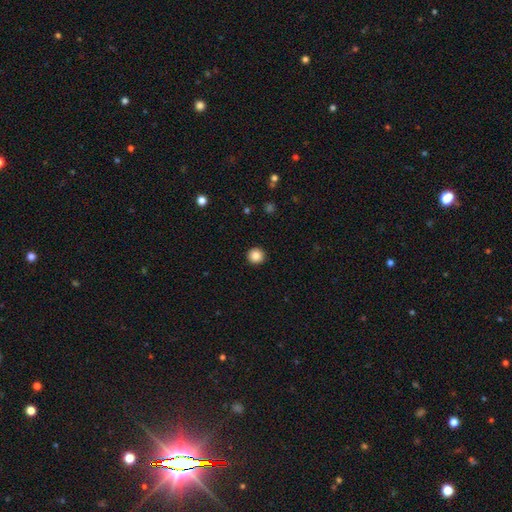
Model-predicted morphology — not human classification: smooth_or_featured: smooth (p=0.86) [alt: star or artifact p=0.10]
how_rounded: round (p=0.96) [alt: in between p=0.03]
merging: none (p=0.93) [alt: minor disturbance p=0.04]